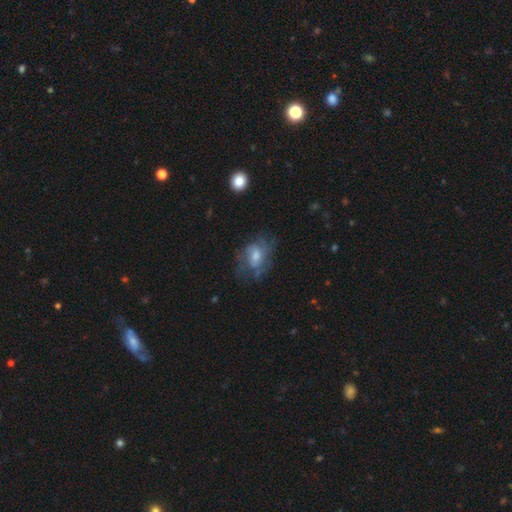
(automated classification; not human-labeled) Smooth or featured? featured or disk (57%)
Edge-on disk? no (96%)
Bar? no (62%)
Spiral arms? yes (66%)
Bulge size? moderate (52%)
Merging? none (56%)